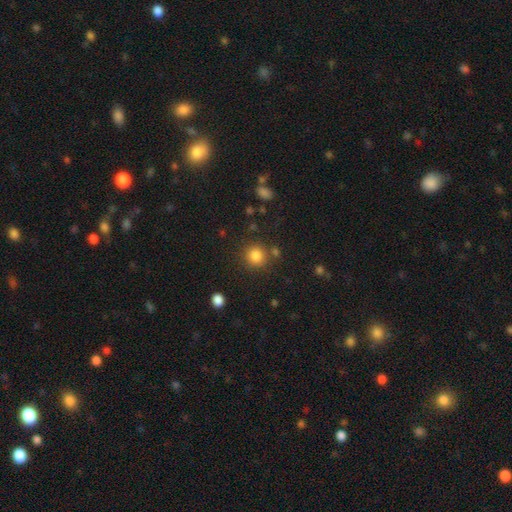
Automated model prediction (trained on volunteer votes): Smooth or featured? Predicted: smooth (p=0.83). How rounded? Predicted: round (p=0.91). Merging? Predicted: none (p=0.83).